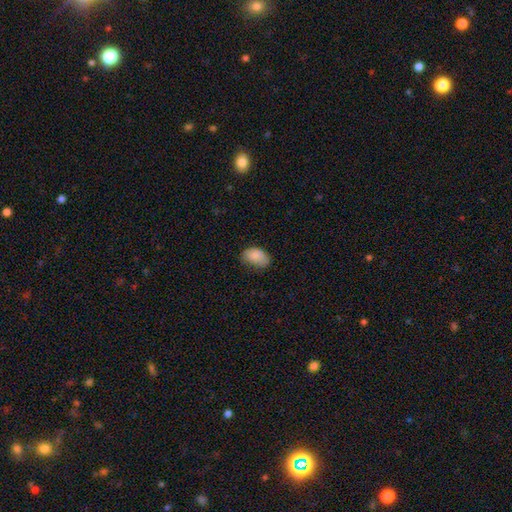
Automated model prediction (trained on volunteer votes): Smooth or featured? smooth (85%)
How rounded? in between (89%)
Merging? none (53%)